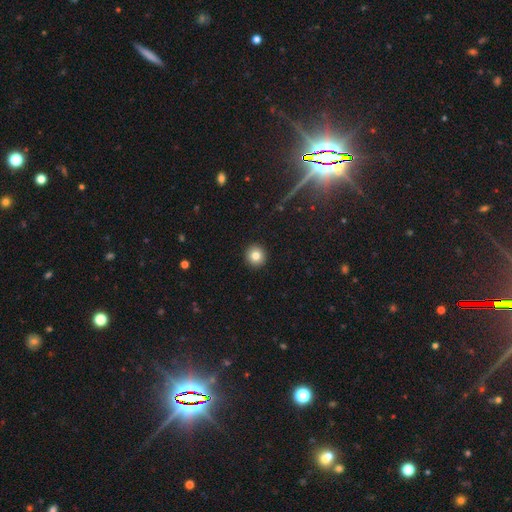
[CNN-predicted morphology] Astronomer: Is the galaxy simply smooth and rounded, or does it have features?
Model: smooth — 81%.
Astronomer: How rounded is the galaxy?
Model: round — 95%.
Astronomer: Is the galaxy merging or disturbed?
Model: none — 93%.